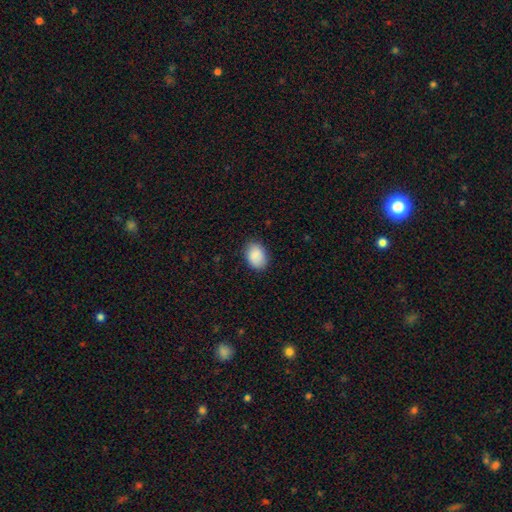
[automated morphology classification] Q: Smooth or featured?
A: smooth (88%); runner-up: star or artifact (7%)
Q: How rounded?
A: in between (77%); runner-up: round (22%)
Q: Merging?
A: none (82%); runner-up: minor disturbance (14%)